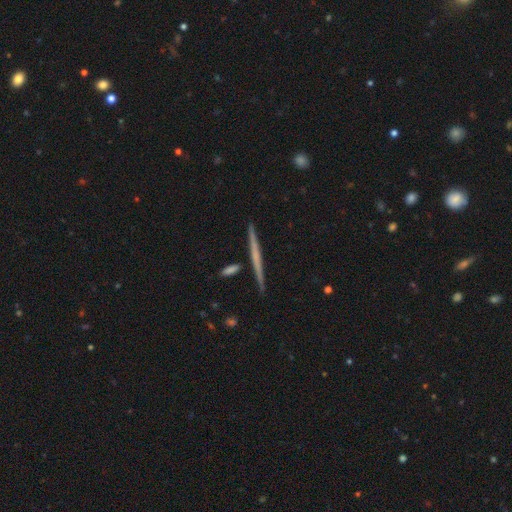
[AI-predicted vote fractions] smooth-or-featured: featured or disk: 61% | smooth: 33% | star or artifact: 6%
  disk-edge-on: yes: 98% | no: 2%
    edge-on-bulge: none: 80% | rounded: 14% | boxy: 5%
  merging: none: 89% | minor disturbance: 6% | merger: 3% | major disturbance: 1%